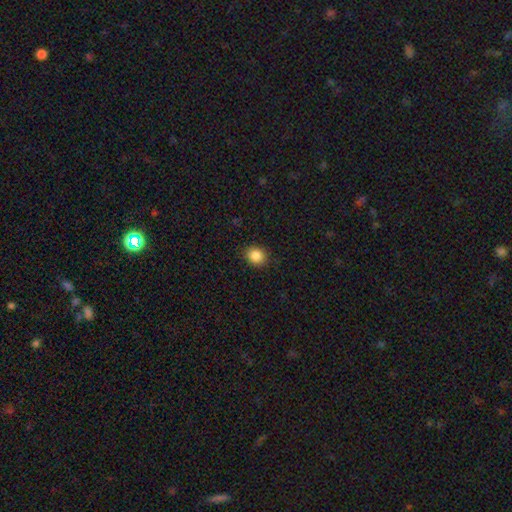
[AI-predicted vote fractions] This appears to be a smooth galaxy with no disk features (87%) that is round (69%). Merging: none (88%).